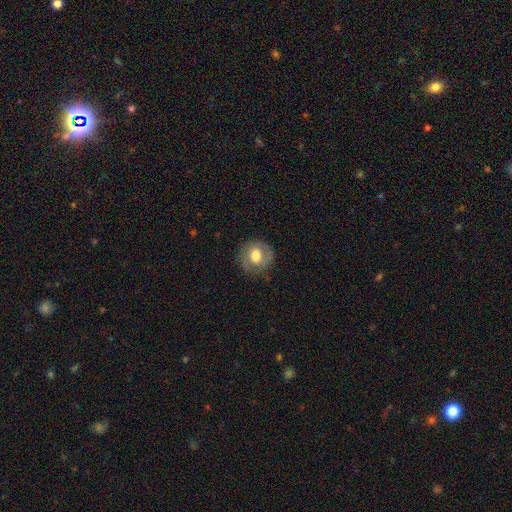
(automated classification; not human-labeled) Overall: featured or disk (50%; smooth 43%). Merging: none (80%).